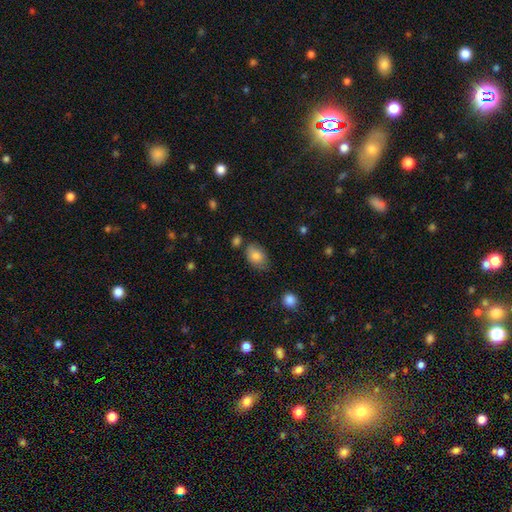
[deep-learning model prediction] The model was most divided on "merging": none: 63%, minor disturbance: 26%, merger: 6%, major disturbance: 5%. More confident: how rounded — in between (84%); smooth or featured — smooth (82%).